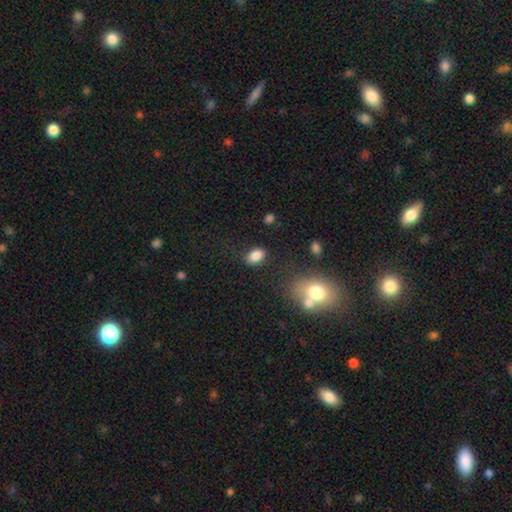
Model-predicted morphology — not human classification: type=smooth (85%); roundness=in between (85%); merging=none (79%).